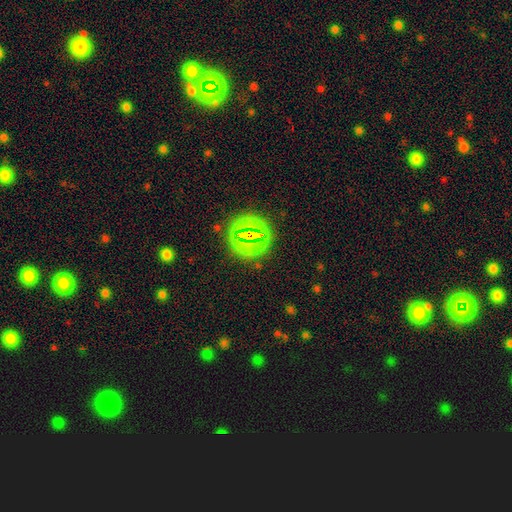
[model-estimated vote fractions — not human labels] Smooth or featured?
  - star or artifact: 71% *
  - smooth: 19%
  - featured or disk: 10%